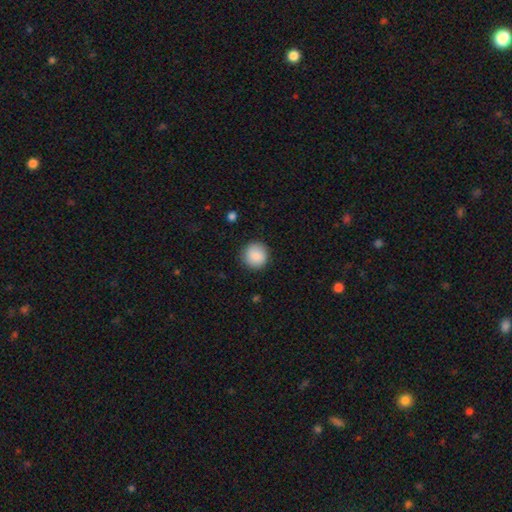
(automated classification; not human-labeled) This appears to be a smooth galaxy with no disk features (89%) that is round (94%). Merging: none (90%).